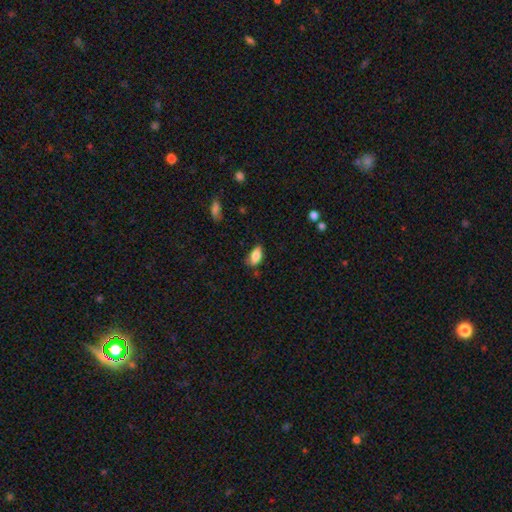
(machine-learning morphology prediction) Smooth or featured?
  - smooth: 84% *
  - featured or disk: 9%
  - star or artifact: 7%
How rounded?
  - in between: 89% *
  - cigar-shaped: 8%
  - round: 3%
Merging?
  - none: 68% *
  - minor disturbance: 25%
  - major disturbance: 5%
  - merger: 3%